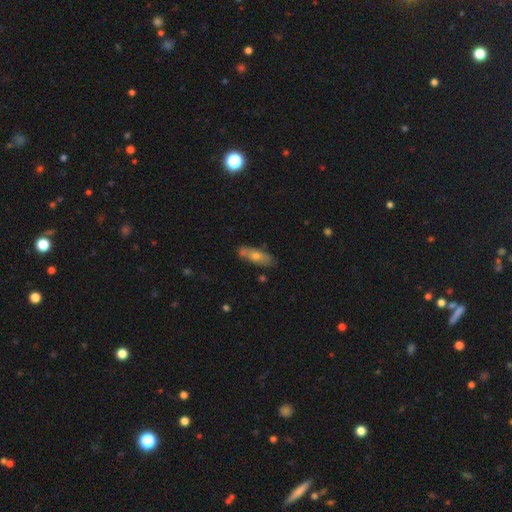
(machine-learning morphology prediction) This appears to be a smooth galaxy with no disk features (52%) that is in between round and cigar-shaped (57%). Merging: none (77%).